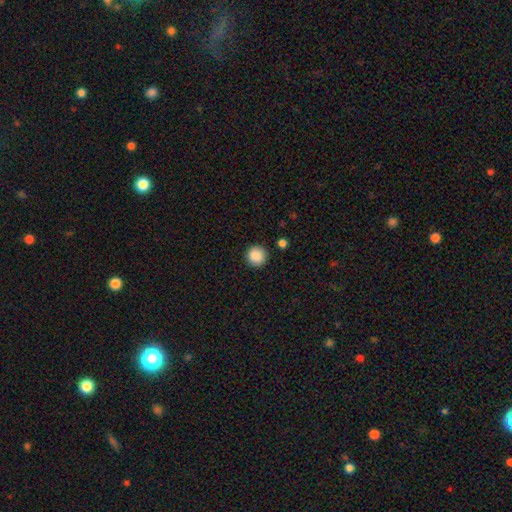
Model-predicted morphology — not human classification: smooth 88%, star or artifact 9%, featured or disk 3%. Down the decision tree: how rounded — round (95%); merging — none (90%).